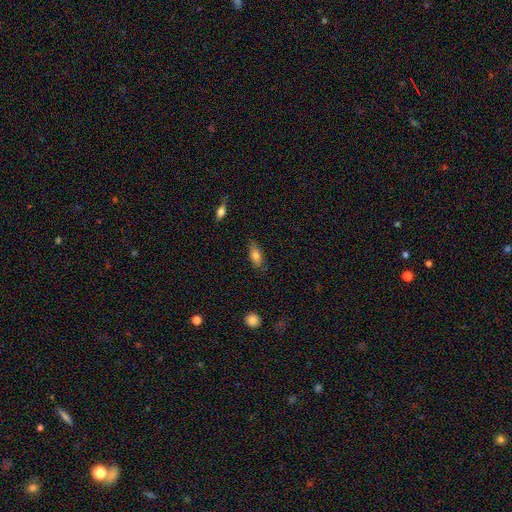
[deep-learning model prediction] Morphology: type=smooth (76%); roundness=in between (82%); merging=none (78%).